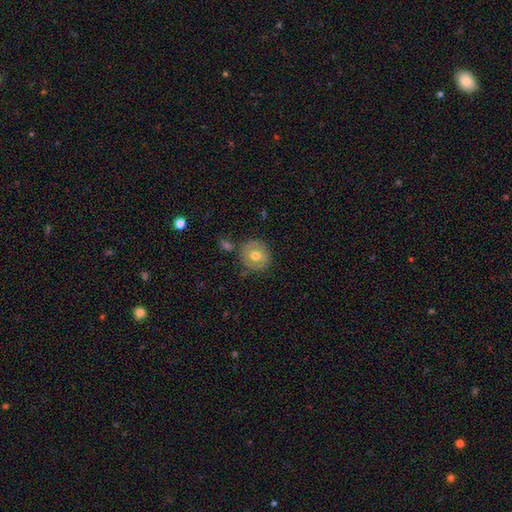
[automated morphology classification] Smooth or featured?
  - smooth: 58% *
  - featured or disk: 34%
  - star or artifact: 8%
How rounded?
  - round: 85% *
  - in between: 14%
  - cigar-shaped: 1%
Merging?
  - none: 76% *
  - minor disturbance: 14%
  - merger: 5%
  - major disturbance: 4%